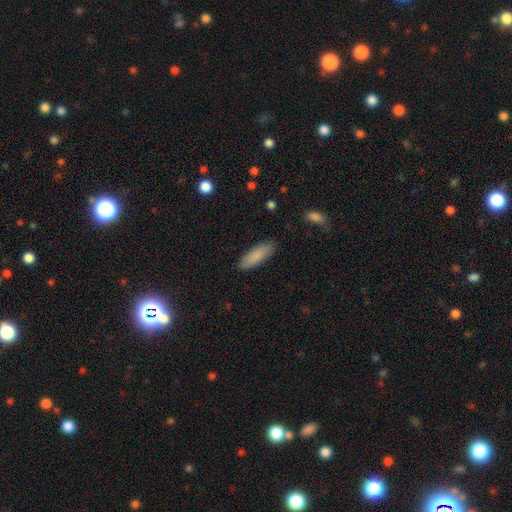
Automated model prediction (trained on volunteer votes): smooth 87%, featured or disk 7%, star or artifact 6%. Down the decision tree: how rounded — in between (54%); merging — none (88%).